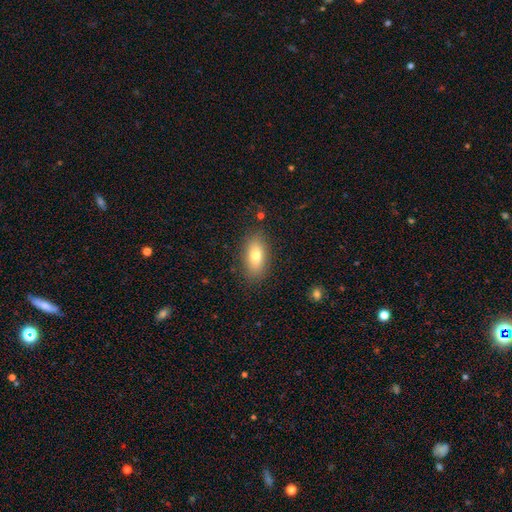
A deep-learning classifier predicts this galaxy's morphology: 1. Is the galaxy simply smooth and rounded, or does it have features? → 76% smooth, 16% featured or disk, 9% star or artifact.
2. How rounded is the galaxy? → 85% in between, 8% cigar-shaped, 6% round.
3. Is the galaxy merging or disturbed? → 84% none, 11% minor disturbance, 3% major disturbance, 1% merger.